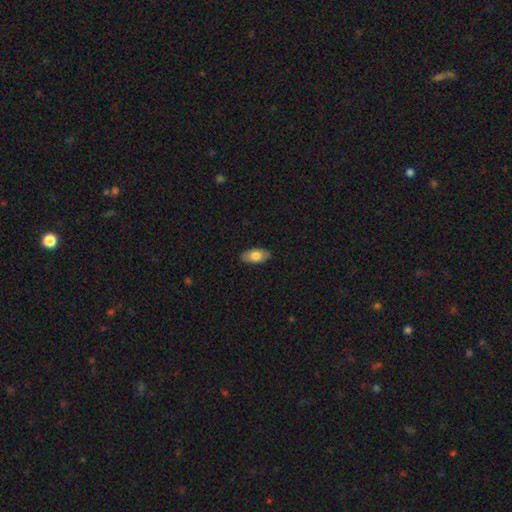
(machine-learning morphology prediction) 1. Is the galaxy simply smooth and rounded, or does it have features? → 78% smooth, 16% featured or disk, 6% star or artifact.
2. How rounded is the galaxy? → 92% in between, 5% cigar-shaped, 3% round.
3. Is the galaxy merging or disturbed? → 88% none, 9% minor disturbance, 2% major disturbance, 1% merger.